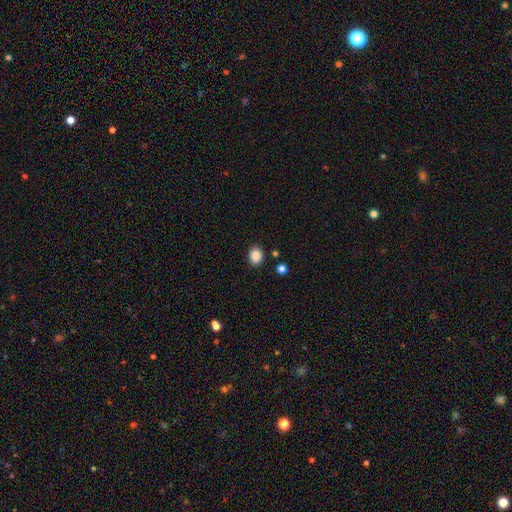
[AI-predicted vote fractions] This is clearly a smooth galaxy (87%). How rounded: possibly round (58%). Merging: clearly none (87%).